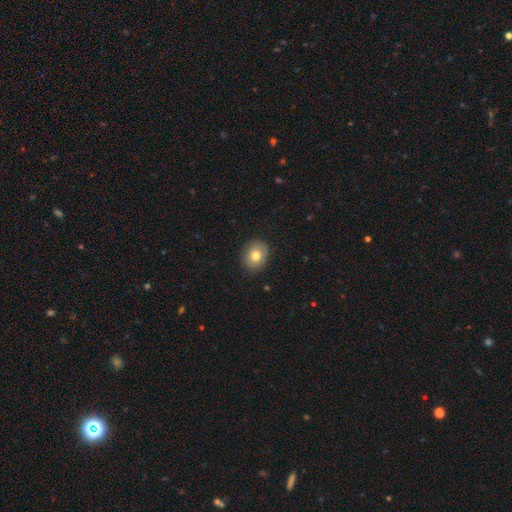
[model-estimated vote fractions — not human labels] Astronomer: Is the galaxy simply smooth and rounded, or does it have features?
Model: smooth — 77%.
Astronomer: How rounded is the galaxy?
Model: round — 59% (runner-up: in between, 40%).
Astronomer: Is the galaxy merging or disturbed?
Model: none — 88%.